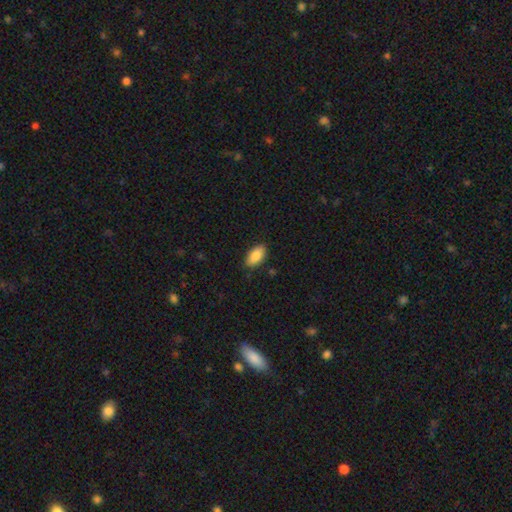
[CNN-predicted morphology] Smooth or featured?
  - smooth: 88% *
  - star or artifact: 6%
  - featured or disk: 6%
How rounded?
  - in between: 92% *
  - cigar-shaped: 5%
  - round: 2%
Merging?
  - none: 85% *
  - minor disturbance: 12%
  - major disturbance: 2%
  - merger: 1%